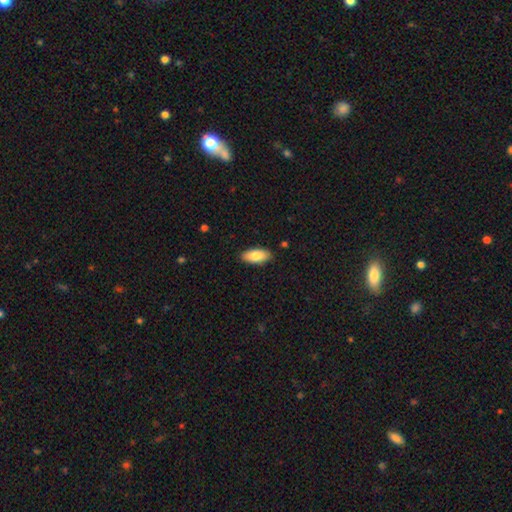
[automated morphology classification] A smooth galaxy with no disk features (84%) that is in between round and cigar-shaped (89%).

Vote fractions:
- Smooth or featured? smooth: 84% / featured or disk: 10% / star or artifact: 6%
- How rounded? in between: 89% / cigar-shaped: 9% / round: 2%
- Merging? none: 88% / minor disturbance: 9% / major disturbance: 2% / merger: 1%